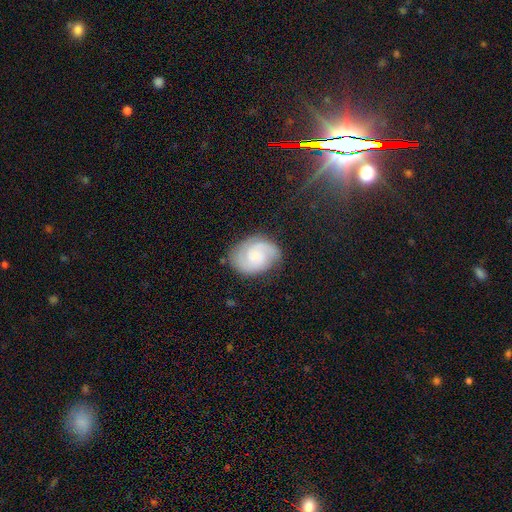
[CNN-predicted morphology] Smooth or featured: featured or disk — 76% (smooth — 17%)
Edge-on disk: no — 98% (yes — 2%)
Bar: no — 62% (weak — 33%)
Spiral arms: yes — 96% (no — 4%)
Spiral winding: tight — 48% (medium — 42%)
Spiral arm count: 2 — 83% (can't tell — 7%)
Bulge size: small — 42% (moderate — 24%)
Merging: none — 77% (minor disturbance — 16%)